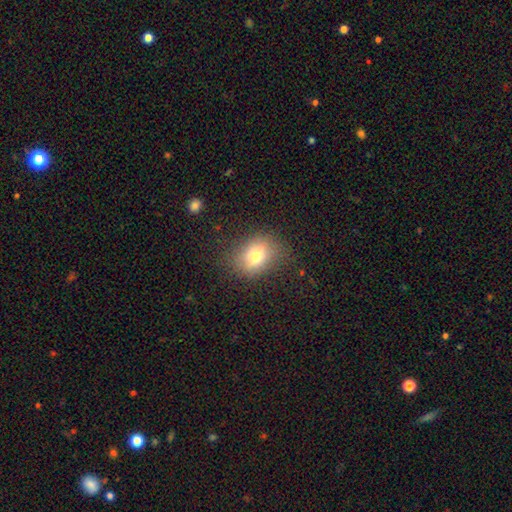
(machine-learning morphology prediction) smooth-or-featured: smooth: 66% | featured or disk: 22% | star or artifact: 12%
  how-rounded: in between: 65% | round: 31% | cigar-shaped: 3%
  merging: none: 77% | minor disturbance: 16% | major disturbance: 6% | merger: 1%